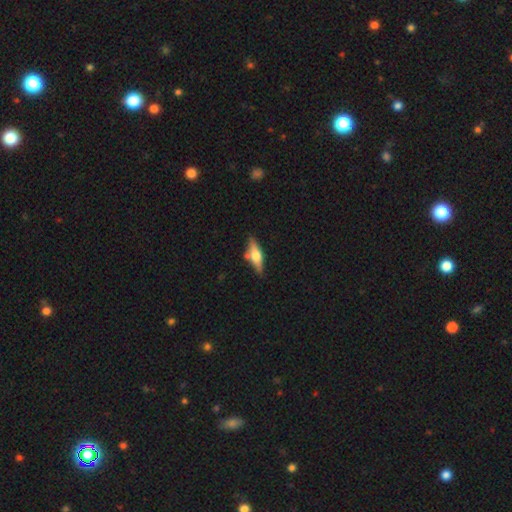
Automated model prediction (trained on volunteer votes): This is possibly a featured or disk galaxy (53%). It is clearly viewed edge-on (92%). Merging: likely none (77%).